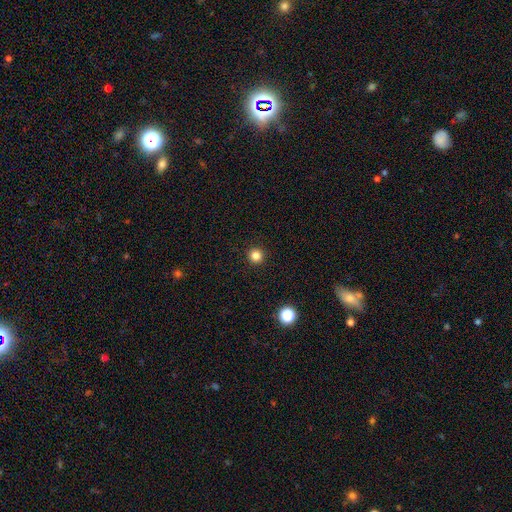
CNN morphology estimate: type=smooth (83%); roundness=round (96%); merging=none (94%).